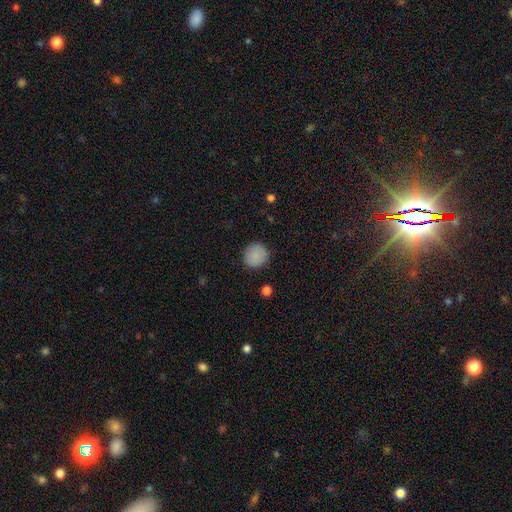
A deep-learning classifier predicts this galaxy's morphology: smooth_or_featured: smooth (p=0.87) [alt: star or artifact p=0.08]
how_rounded: round (p=0.91) [alt: in between p=0.08]
merging: none (p=0.89) [alt: minor disturbance p=0.08]